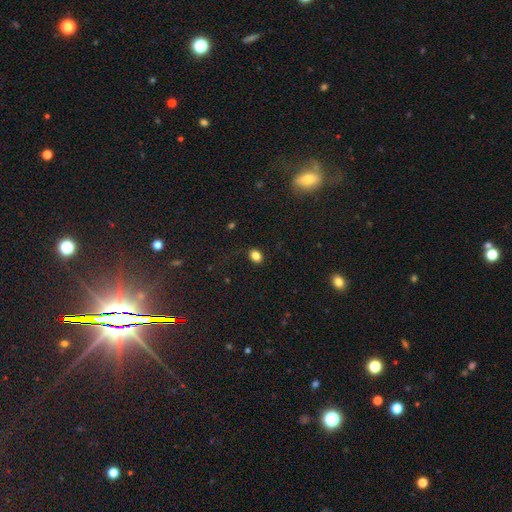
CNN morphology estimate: type=smooth (83%); roundness=in between (59%); merging=none (86%).